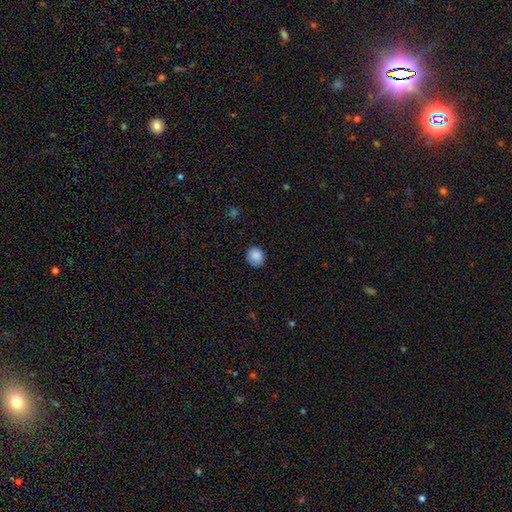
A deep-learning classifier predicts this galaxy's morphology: smooth 87%, star or artifact 9%, featured or disk 4%. Down the decision tree: how rounded — round (77%); merging — none (82%).